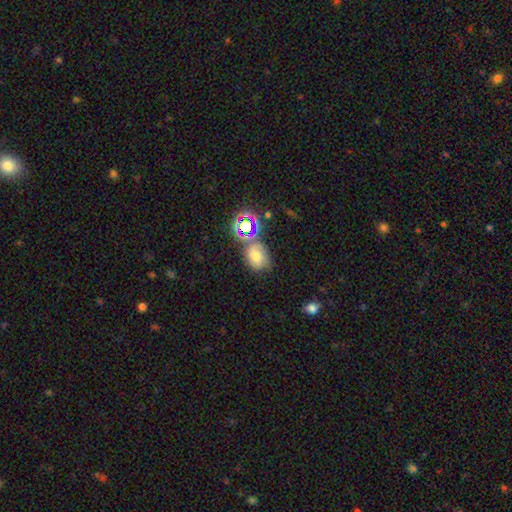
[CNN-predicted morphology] The model was most divided on "how rounded": in between: 59%, round: 40%, cigar-shaped: 1%. More confident: merging — none (56%); smooth or featured — smooth (51%).